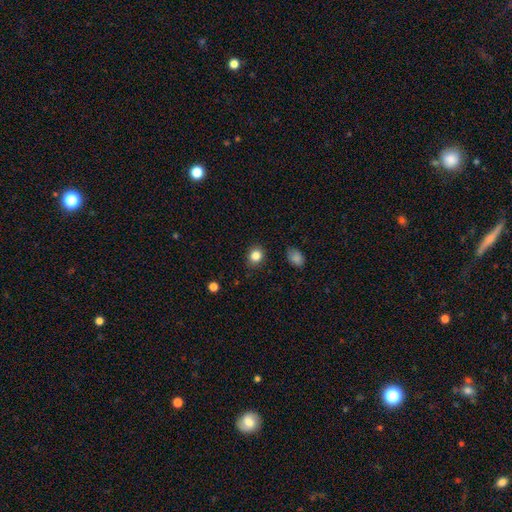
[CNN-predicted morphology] Smooth or featured: smooth — 84% (star or artifact — 11%)
How rounded: round — 69% (in between — 30%)
Merging: none — 86% (minor disturbance — 10%)